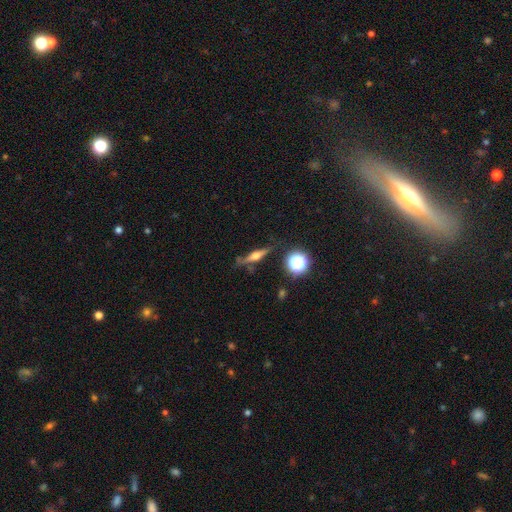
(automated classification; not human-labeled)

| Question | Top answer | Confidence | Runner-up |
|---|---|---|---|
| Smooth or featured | featured or disk | 65% | smooth (24%) |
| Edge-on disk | yes | 95% | no (5%) |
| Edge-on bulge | rounded | 91% | boxy (6%) |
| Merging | none | 77% | minor disturbance (15%) |